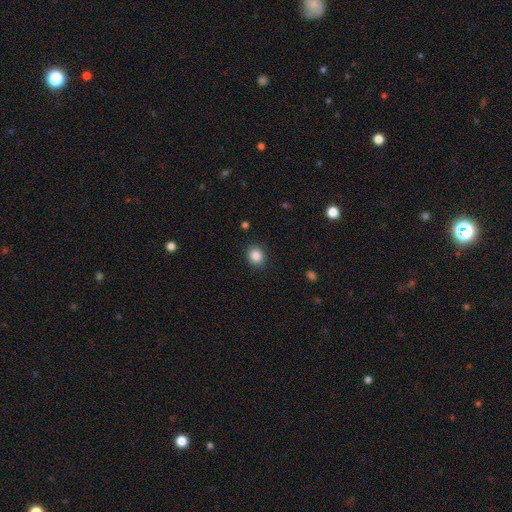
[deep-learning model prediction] Morphology: type=smooth (86%); roundness=round (70%); merging=none (90%).